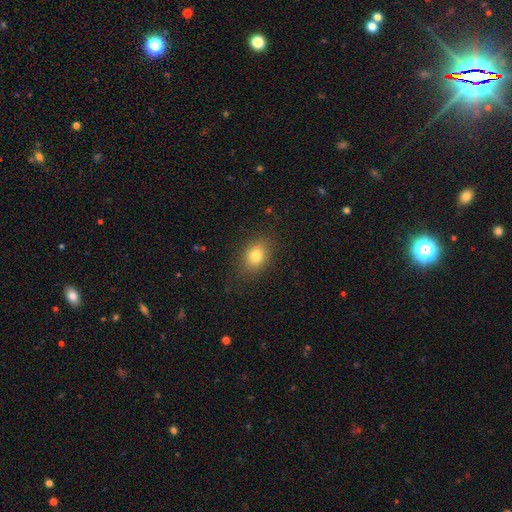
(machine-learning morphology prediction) type=smooth (80%); roundness=in between (66%); merging=none (82%).